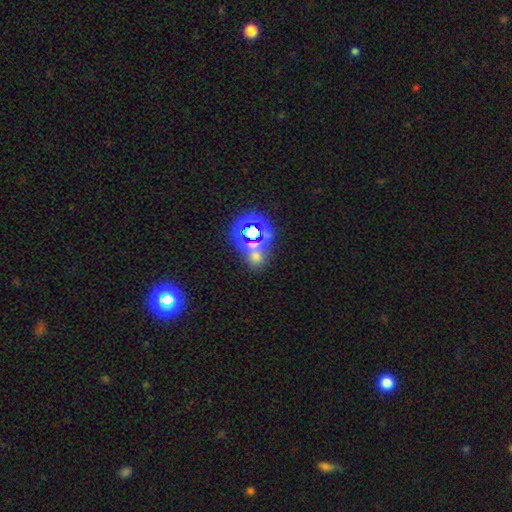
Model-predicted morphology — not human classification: type=star or artifact (47%).